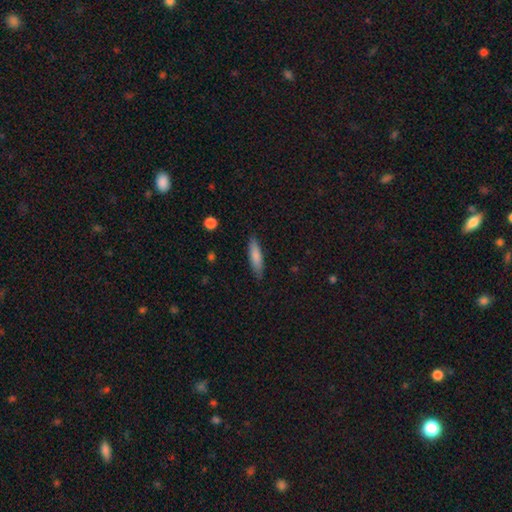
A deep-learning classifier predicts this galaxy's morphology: smooth 80%, featured or disk 14%, star or artifact 6%. Down the decision tree: how rounded — cigar-shaped (70%); merging — none (84%).